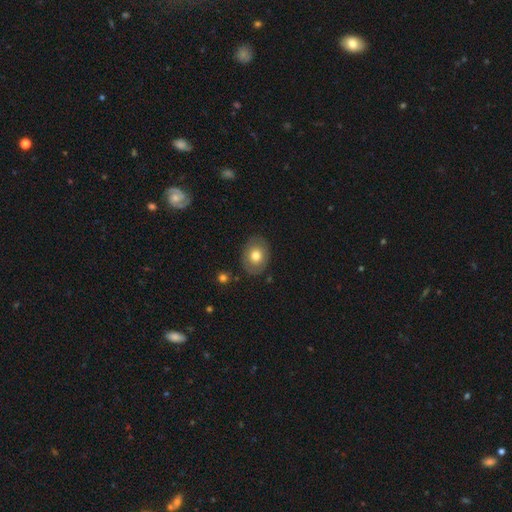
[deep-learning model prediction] smooth 71%, featured or disk 21%, star or artifact 8%. Down the decision tree: how rounded — in between (57%); merging — none (86%).